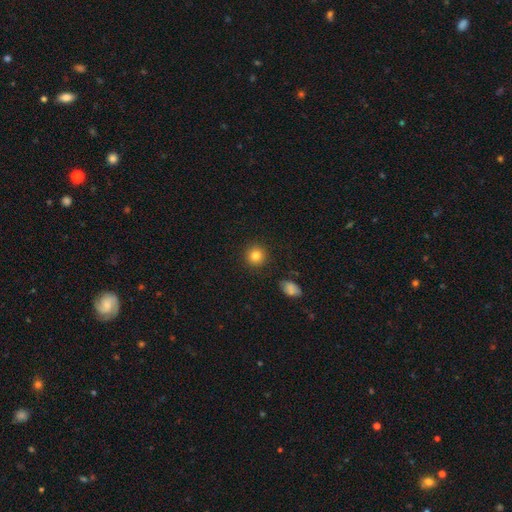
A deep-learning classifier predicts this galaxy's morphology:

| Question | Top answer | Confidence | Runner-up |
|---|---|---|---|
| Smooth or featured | smooth | 83% | star or artifact (11%) |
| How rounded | round | 92% | in between (7%) |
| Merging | none | 90% | minor disturbance (6%) |